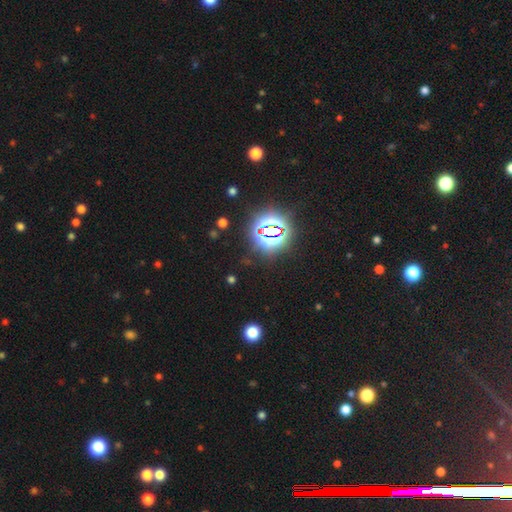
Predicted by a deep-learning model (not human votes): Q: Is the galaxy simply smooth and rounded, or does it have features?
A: star or artifact — 84%.